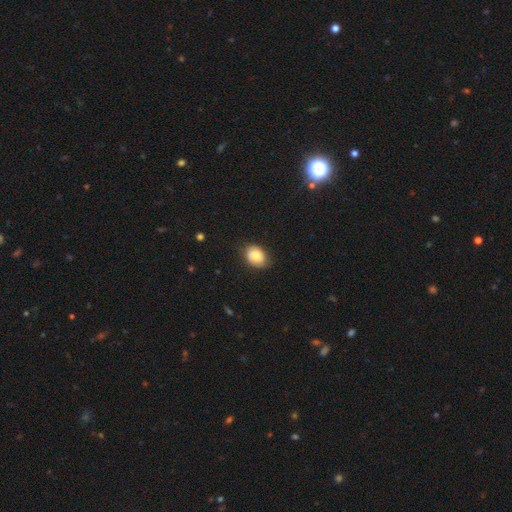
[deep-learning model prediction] smooth 78%, featured or disk 14%, star or artifact 8%. Down the decision tree: how rounded — in between (66%); merging — none (78%).